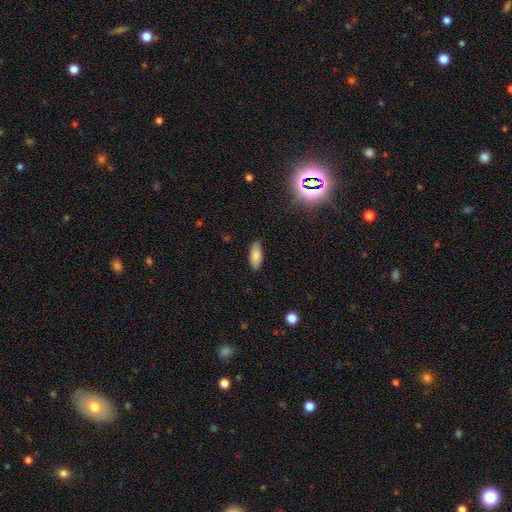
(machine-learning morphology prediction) Smooth or featured? smooth (83%)
How rounded? in between (80%)
Merging? none (86%)